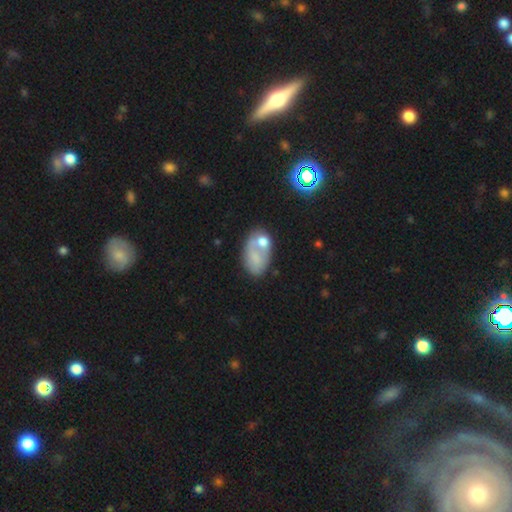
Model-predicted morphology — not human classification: smooth 55%, featured or disk 33%, star or artifact 12%. Down the decision tree: how rounded — in between (86%); merging — none (34%).